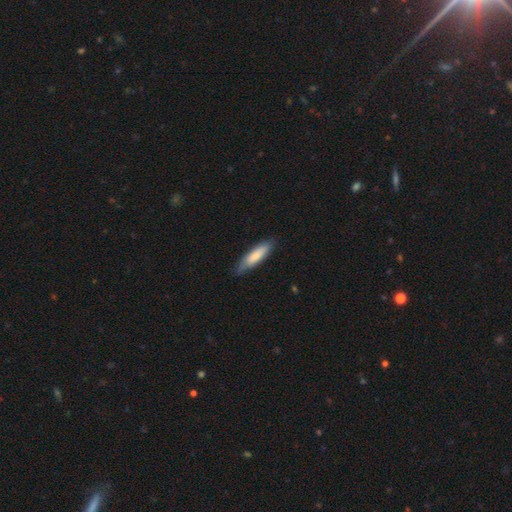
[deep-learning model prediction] Morphology: type=smooth (77%); roundness=cigar-shaped (66%); merging=none (76%).